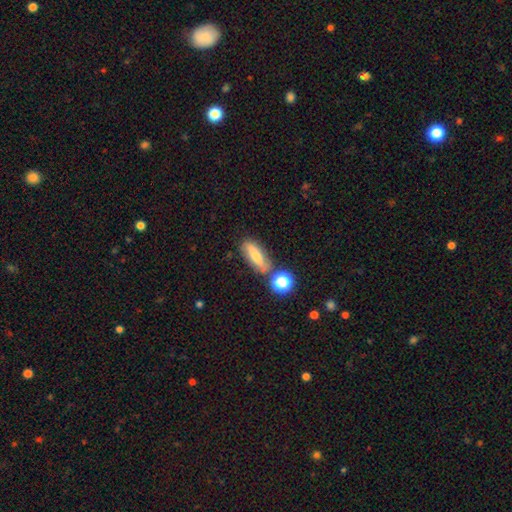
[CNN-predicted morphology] Smooth or featured? smooth (55%)
How rounded? in between (51%)
Merging? none (71%)